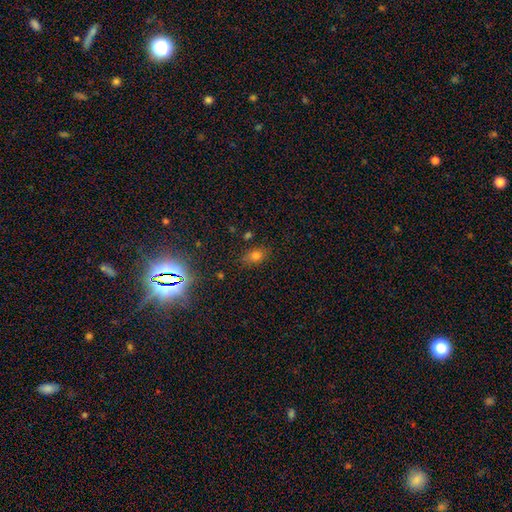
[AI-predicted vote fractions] This is likely a smooth galaxy (72%). How rounded: likely in between (73%). Merging: likely none (78%).